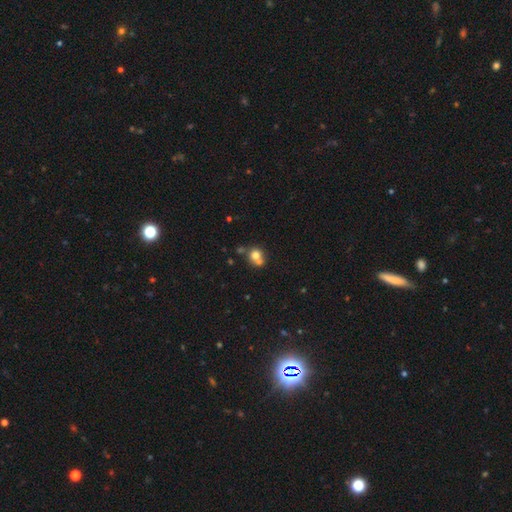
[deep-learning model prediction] This is likely a smooth galaxy (73%). How rounded: likely round (80%). Merging: marginally none (44%).